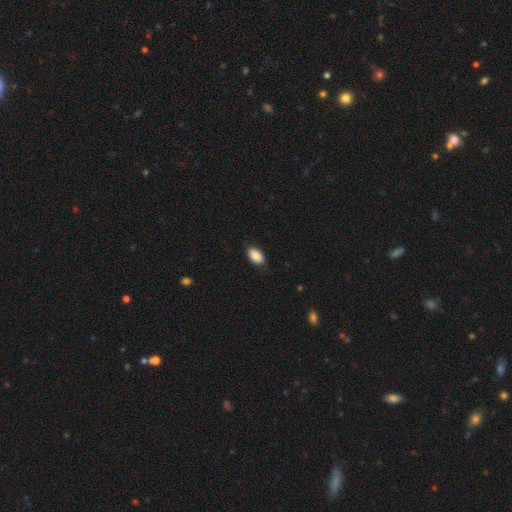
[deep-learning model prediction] This is clearly a smooth galaxy (89%). How rounded: clearly in between (93%). Merging: clearly none (85%).